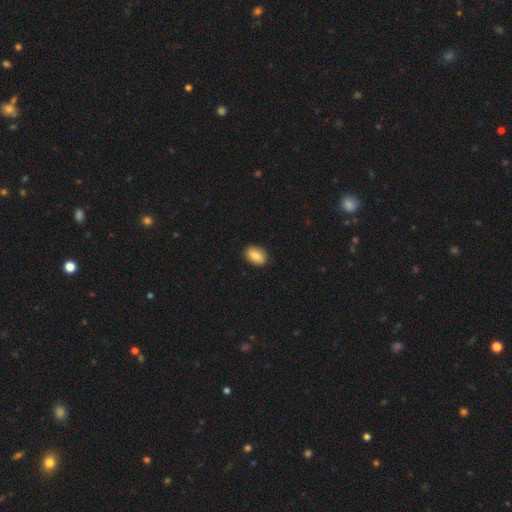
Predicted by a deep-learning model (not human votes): Overall: smooth (85%). How rounded: in between (86%). Merging: none (89%).